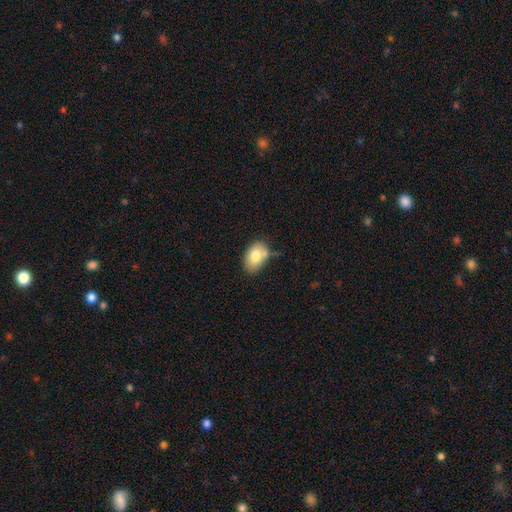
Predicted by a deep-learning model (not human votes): A smooth galaxy with no disk features (77%) that is in between round and cigar-shaped (88%). Merging: none (58%).